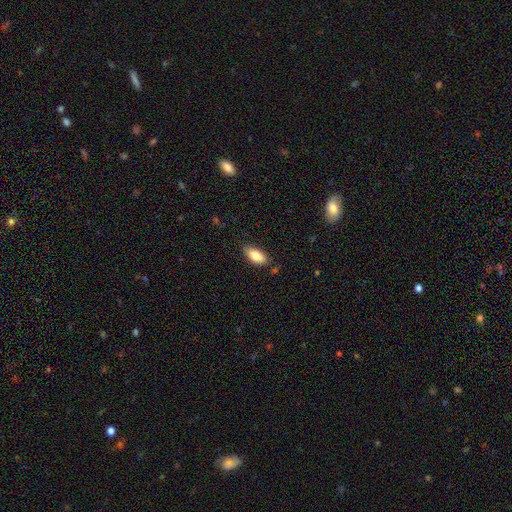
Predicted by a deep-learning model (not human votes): The model was most divided on "merging": none: 80%, minor disturbance: 15%, major disturbance: 3%, merger: 2%. More confident: how rounded — in between (87%); smooth or featured — smooth (83%).